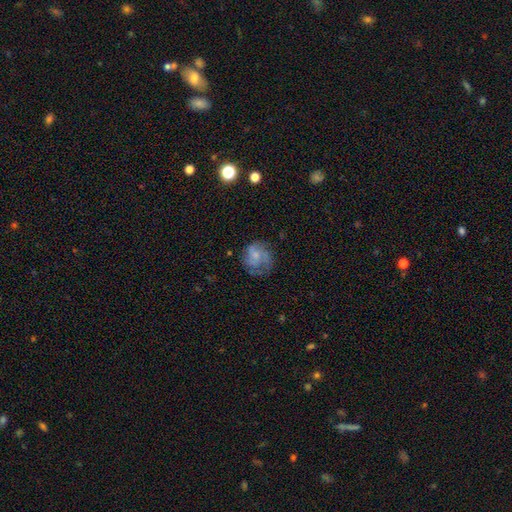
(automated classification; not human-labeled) A featured or disk galaxy (59%) with no bar (68%), spiral arms (82%) and a small central bulge (50%).

Vote fractions:
- Smooth or featured? featured or disk: 59% / smooth: 33% / star or artifact: 9%
- Edge-on disk? no: 98% / yes: 2%
- Bar? no: 68% / weak: 28% / strong: 4%
- Spiral arms? yes: 82% / no: 18%
- Bulge size? small: 50% / moderate: 26% / none: 20% / large: 2% / dominant: 1%
- Merging? none: 58% / minor disturbance: 23% / major disturbance: 17% / merger: 2%